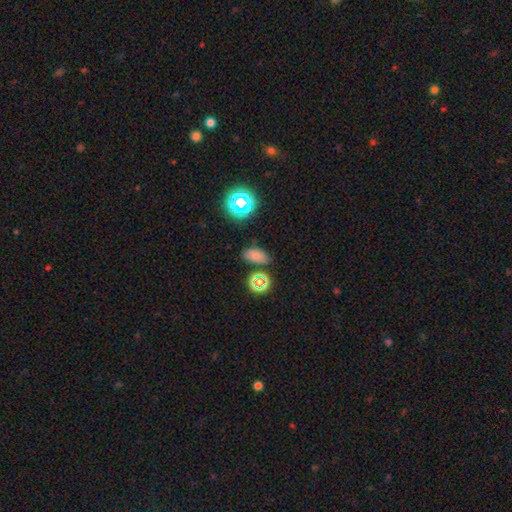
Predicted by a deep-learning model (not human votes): Q: Smooth or featured?
A: smooth (68%); runner-up: star or artifact (24%)
Q: How rounded?
A: in between (87%); runner-up: round (10%)
Q: Merging?
A: none (75%); runner-up: minor disturbance (15%)